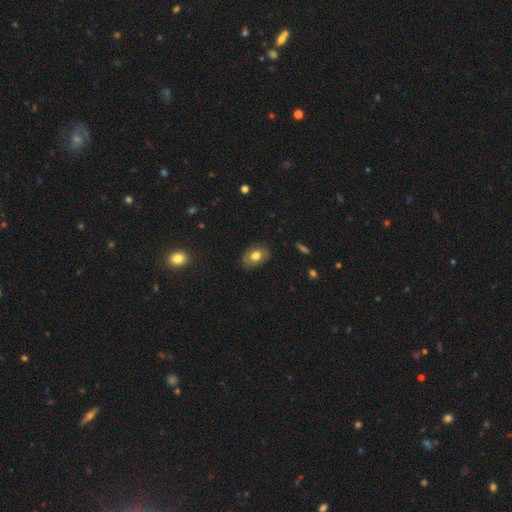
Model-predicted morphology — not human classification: Smooth or featured?
  - smooth: 71% *
  - featured or disk: 20%
  - star or artifact: 9%
How rounded?
  - in between: 75% *
  - round: 24%
  - cigar-shaped: 1%
Merging?
  - none: 81% *
  - minor disturbance: 15%
  - major disturbance: 3%
  - merger: 1%